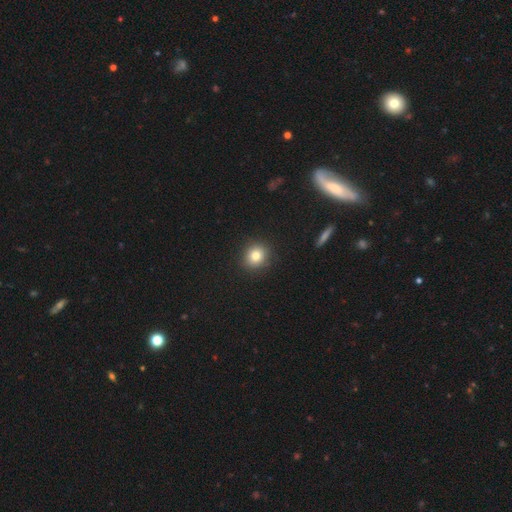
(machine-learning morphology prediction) smooth_or_featured: smooth (p=0.80) [alt: star or artifact p=0.12]
how_rounded: round (p=0.87) [alt: in between p=0.12]
merging: none (p=0.90) [alt: minor disturbance p=0.07]